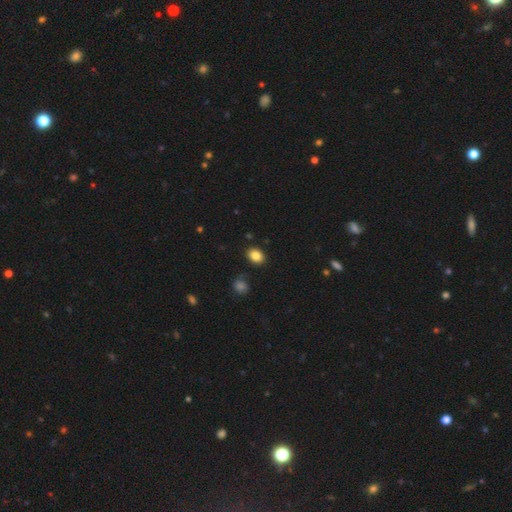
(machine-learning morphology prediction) This is clearly a smooth galaxy (84%). How rounded: likely in between (62%). Merging: clearly none (86%).